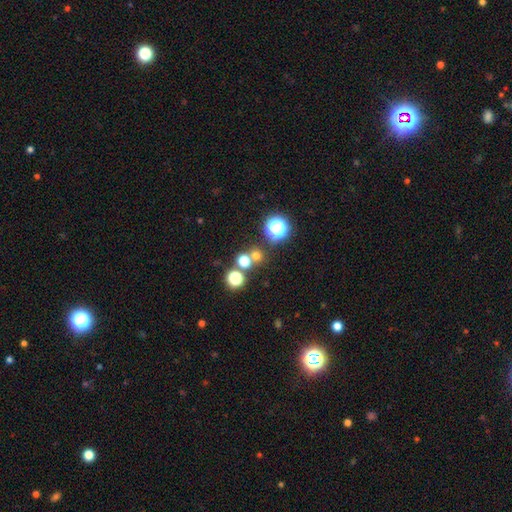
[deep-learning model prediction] Smooth or featured? smooth (62%)
How rounded? round (89%)
Merging? none (67%)